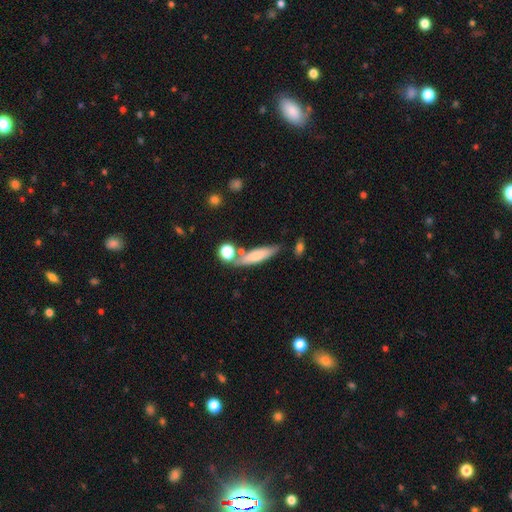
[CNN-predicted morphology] A smooth galaxy with no disk features (69%) that is cigar-shaped (74%).

Vote fractions:
- Smooth or featured? smooth: 69% / featured or disk: 24% / star or artifact: 7%
- How rounded? cigar-shaped: 74% / in between: 23% / round: 3%
- Merging? none: 68% / minor disturbance: 15% / merger: 13% / major disturbance: 4%